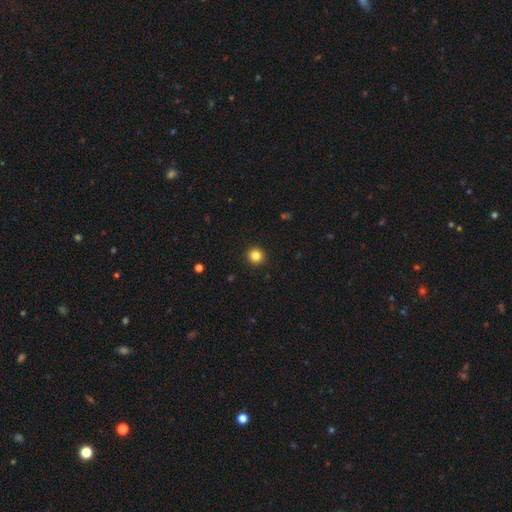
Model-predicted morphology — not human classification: A smooth galaxy with no disk features (83%) that is round (93%).

Vote fractions:
- Smooth or featured? smooth: 83% / star or artifact: 12% / featured or disk: 5%
- How rounded? round: 93% / in between: 6% / cigar-shaped: 1%
- Merging? none: 93% / minor disturbance: 4% / major disturbance: 2% / merger: 1%